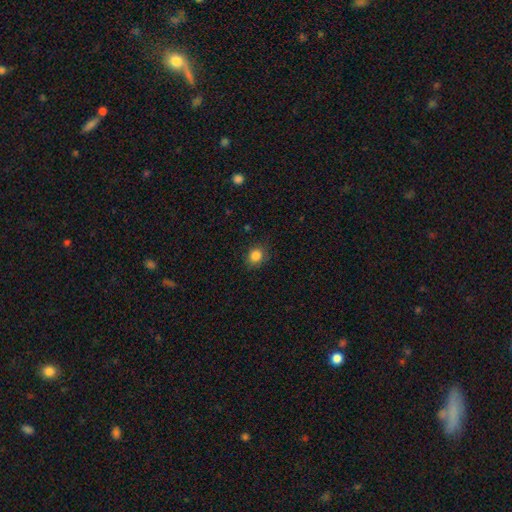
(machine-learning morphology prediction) Q: Smooth or featured?
A: smooth (84%); runner-up: star or artifact (11%)
Q: How rounded?
A: round (73%); runner-up: in between (26%)
Q: Merging?
A: none (84%); runner-up: minor disturbance (12%)